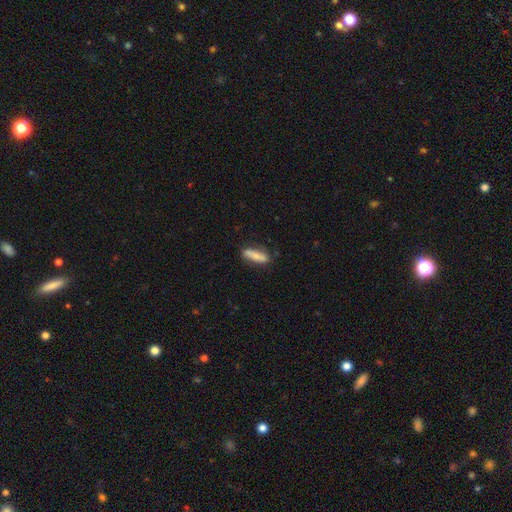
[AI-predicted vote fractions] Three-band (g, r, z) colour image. It shows a smooth galaxy with no disk features (67%) that is cigar-shaped (59%). Merging: none (78%).